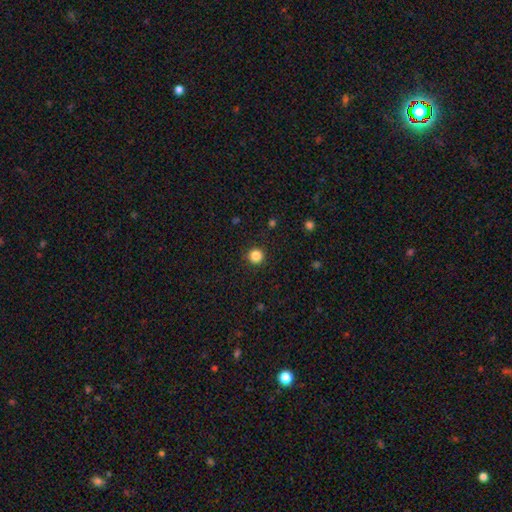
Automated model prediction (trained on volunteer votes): The model was most divided on "smooth or featured": smooth: 85%, star or artifact: 11%, featured or disk: 3%. More confident: how rounded — round (95%); merging — none (92%).